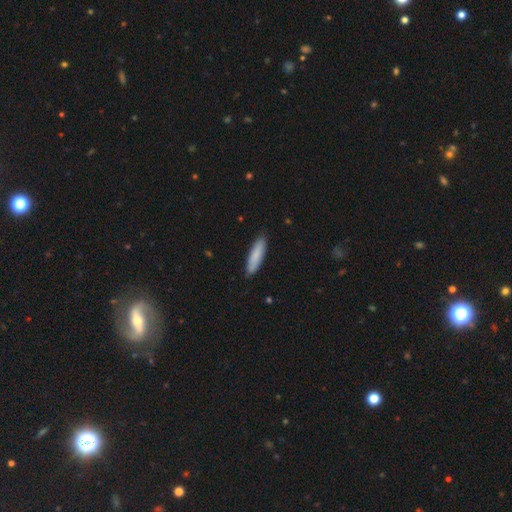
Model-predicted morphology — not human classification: smooth 85%, featured or disk 10%, star or artifact 5%. Down the decision tree: how rounded — cigar-shaped (67%); merging — none (88%).